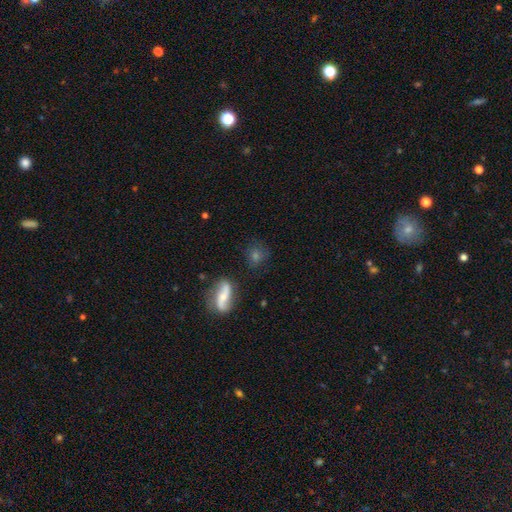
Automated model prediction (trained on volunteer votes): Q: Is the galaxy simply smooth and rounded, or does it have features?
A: smooth — 49%.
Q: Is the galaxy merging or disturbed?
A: none — 73%.